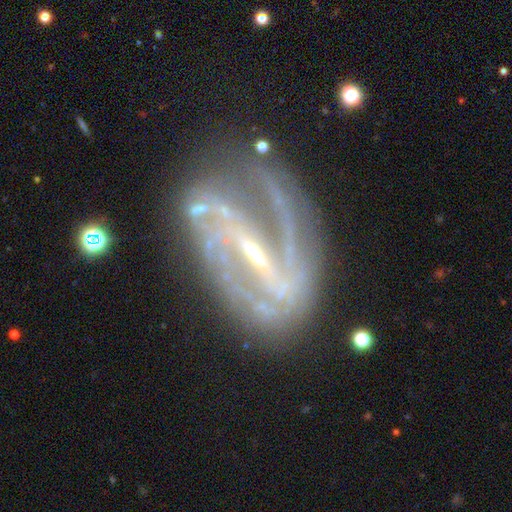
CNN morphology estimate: A featured or disk galaxy (89%) with a strong bar (68%), 2 (67%) medium (46%) spiral arms (95%) and a small central bulge (75%). Merging: none (63%).